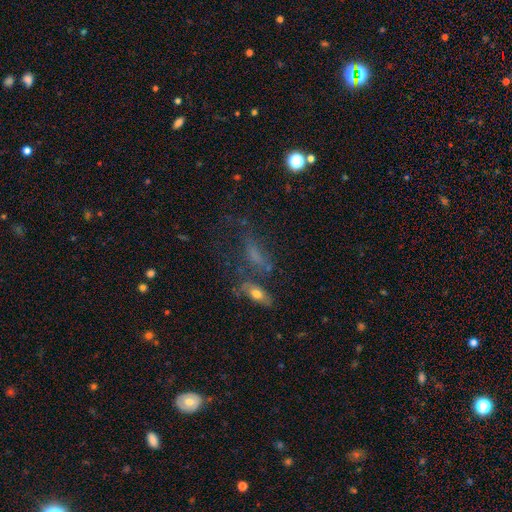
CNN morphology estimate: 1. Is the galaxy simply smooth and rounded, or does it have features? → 42% smooth, 33% featured or disk, 25% star or artifact.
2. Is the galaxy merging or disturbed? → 39% none, 26% major disturbance, 18% minor disturbance, 17% merger.